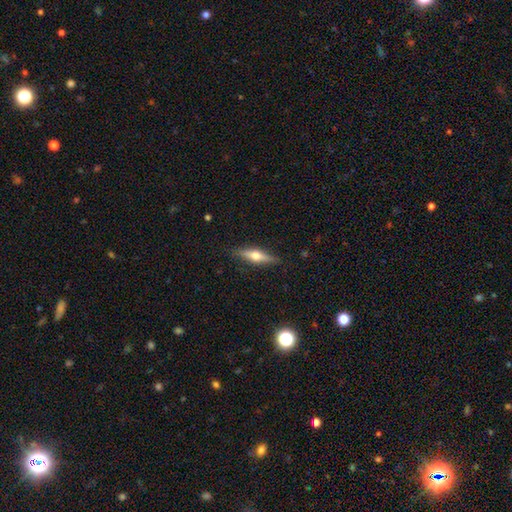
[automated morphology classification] Smooth or featured? featured or disk (57%)
Edge-on disk? yes (95%)
Edge-on bulge? rounded (93%)
Merging? none (87%)